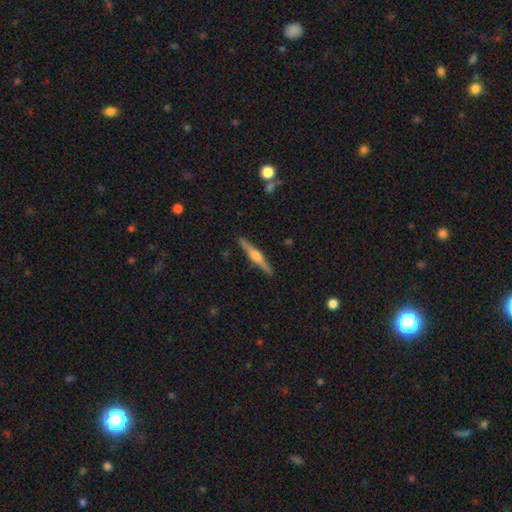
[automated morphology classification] This appears to be a featured or disk galaxy (70%) viewed edge-on (98%) with a rounded central bulge (87%). Merging: none (91%).